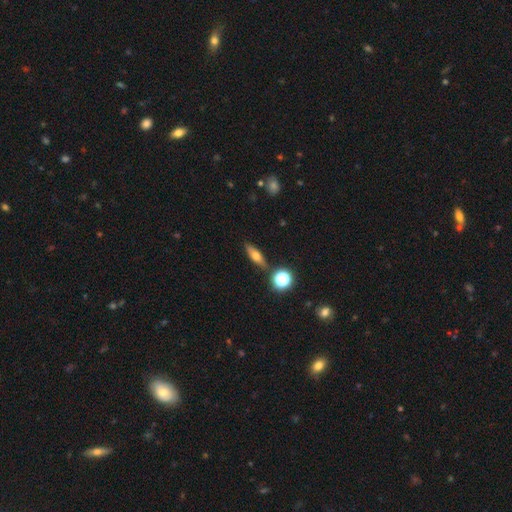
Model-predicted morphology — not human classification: Smooth or featured? Predicted: smooth (p=0.56). How rounded? Predicted: cigar-shaped (p=0.48). Merging? Predicted: none (p=0.84).